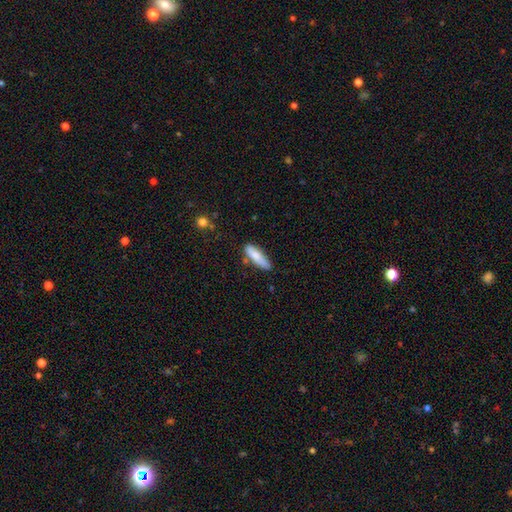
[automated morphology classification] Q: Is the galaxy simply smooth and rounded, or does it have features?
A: smooth — 79%.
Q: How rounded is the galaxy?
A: cigar-shaped — 59%.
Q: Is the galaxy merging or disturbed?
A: none — 70%.